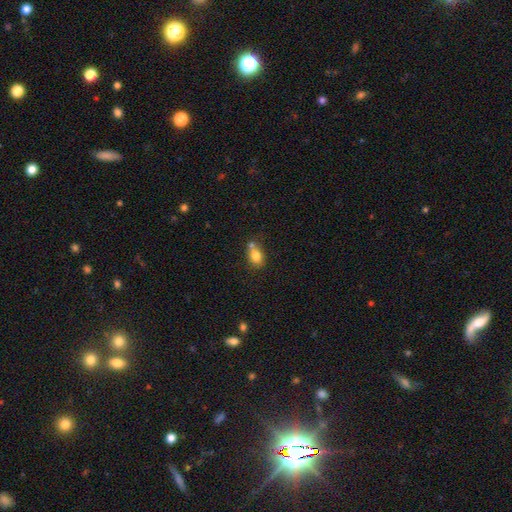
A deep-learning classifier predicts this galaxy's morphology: Smooth or featured?
  - smooth: 77% *
  - featured or disk: 13%
  - star or artifact: 10%
How rounded?
  - in between: 58% *
  - round: 40%
  - cigar-shaped: 2%
Merging?
  - none: 44% *
  - merger: 34%
  - minor disturbance: 17%
  - major disturbance: 5%